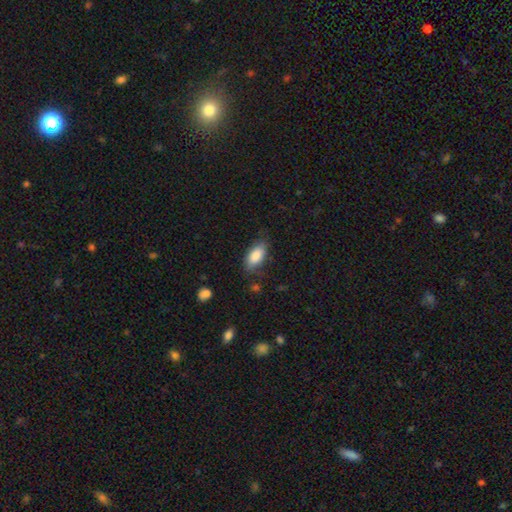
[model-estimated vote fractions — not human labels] smooth 85%, featured or disk 8%, star or artifact 7%. Down the decision tree: how rounded — in between (89%); merging — none (73%).